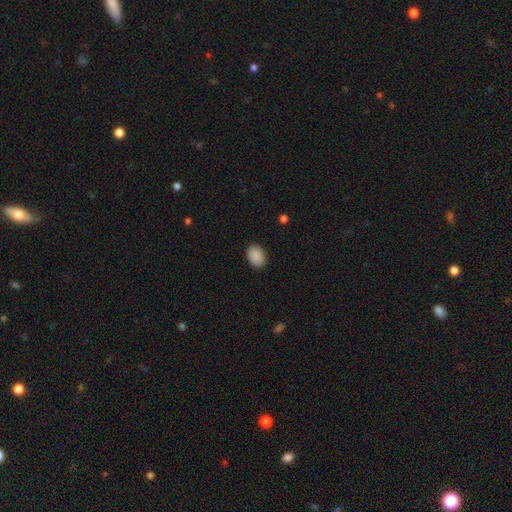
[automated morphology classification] smooth-or-featured: smooth: 90% | star or artifact: 8% | featured or disk: 3%
  how-rounded: in between: 76% | round: 23% | cigar-shaped: 1%
  merging: none: 88% | minor disturbance: 9% | major disturbance: 2% | merger: 1%